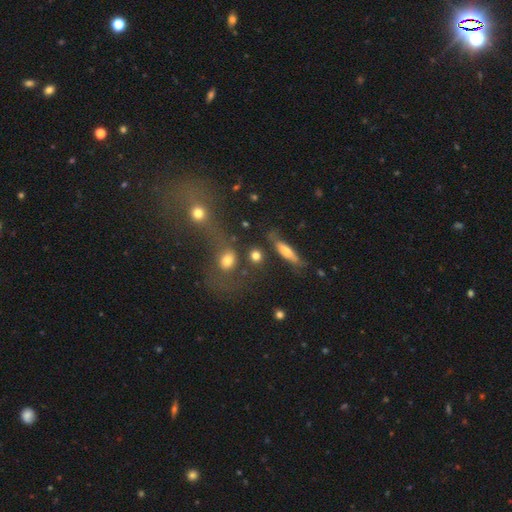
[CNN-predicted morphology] The model was most divided on "how rounded": round: 43%, in between: 39%, cigar-shaped: 18%. More confident: smooth or featured — smooth (74%); merging — none (62%).